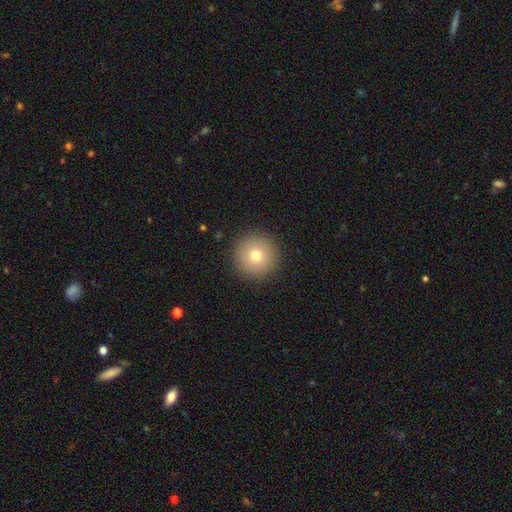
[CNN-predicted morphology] Q: Smooth or featured?
A: smooth (75%); runner-up: featured or disk (13%)
Q: How rounded?
A: round (97%); runner-up: in between (2%)
Q: Merging?
A: none (92%); runner-up: minor disturbance (5%)